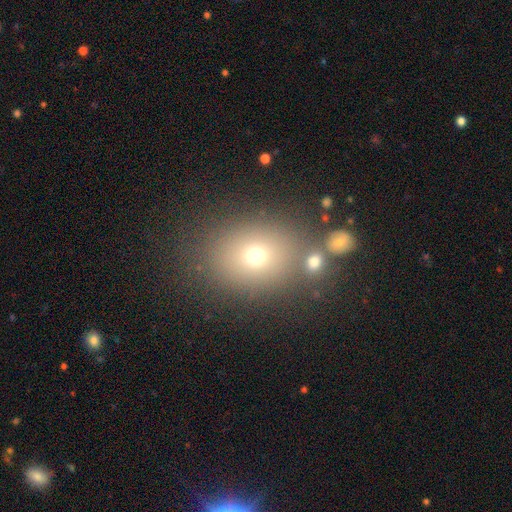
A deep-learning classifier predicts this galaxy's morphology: This appears to be a smooth galaxy with no disk features (67%) that is round (51%). Merging: none (72%).